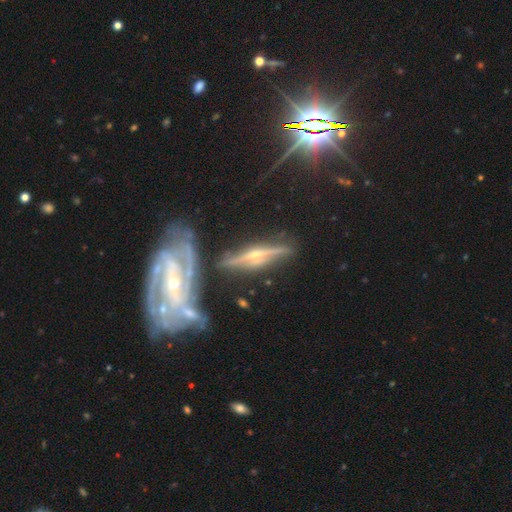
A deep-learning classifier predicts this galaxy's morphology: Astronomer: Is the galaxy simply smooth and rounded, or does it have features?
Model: featured or disk — 83%.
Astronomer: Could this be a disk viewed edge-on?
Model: yes — 82%.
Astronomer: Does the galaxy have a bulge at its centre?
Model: rounded — 89%.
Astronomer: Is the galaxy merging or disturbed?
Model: none — 66%.